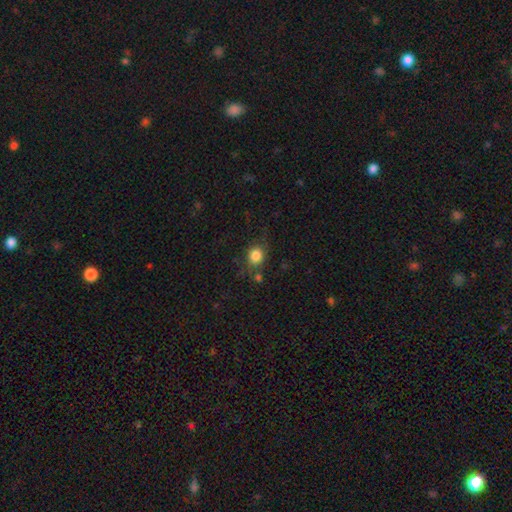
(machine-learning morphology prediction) Smooth or featured? Predicted: smooth (p=0.83). How rounded? Predicted: round (p=0.73). Merging? Predicted: none (p=0.68).